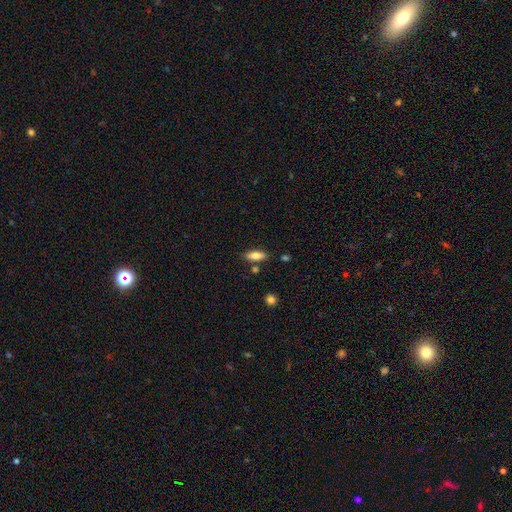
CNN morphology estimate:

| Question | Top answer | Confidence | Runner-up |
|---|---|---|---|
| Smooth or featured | smooth | 77% | featured or disk (16%) |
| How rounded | in between | 68% | cigar-shaped (29%) |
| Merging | none | 80% | minor disturbance (12%) |